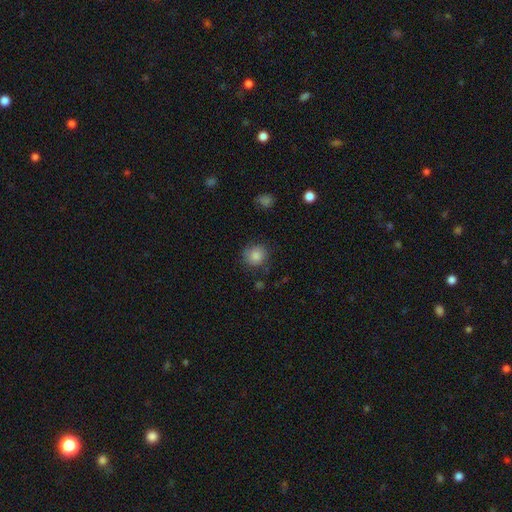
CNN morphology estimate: A smooth galaxy with no disk features (86%) that is round (86%). Merging: none (81%).